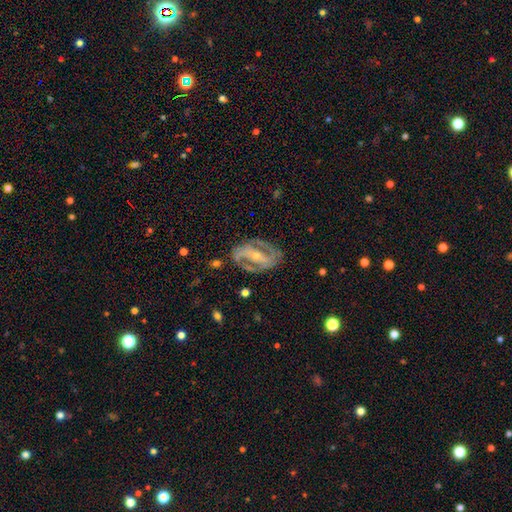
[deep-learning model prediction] This is clearly a featured or disk galaxy (84%). It is clearly not viewed edge-on (94%). Bar: possibly strong (56%). Spiral arm pattern: clearly yes (80%). Spiral arm count: clearly 2 (82%). Spiral winding: marginally medium (44%). Central bulge: likely small (61%). Merging: likely none (72%).